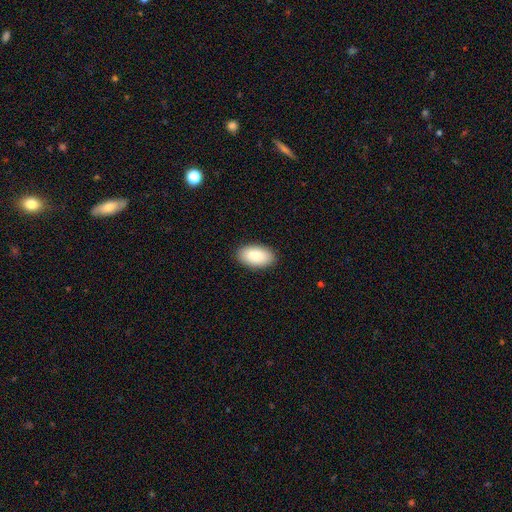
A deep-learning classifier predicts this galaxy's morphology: A smooth galaxy with no disk features (87%) that is in between round and cigar-shaped (95%).

Vote fractions:
- Smooth or featured? smooth: 87% / featured or disk: 7% / star or artifact: 6%
- How rounded? in between: 95% / round: 3% / cigar-shaped: 1%
- Merging? none: 89% / minor disturbance: 8% / major disturbance: 2% / merger: 1%